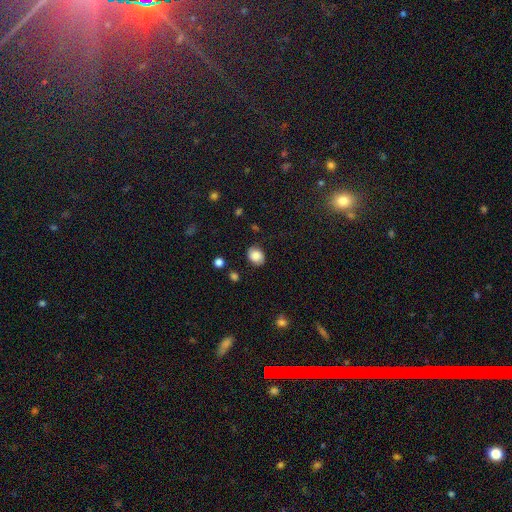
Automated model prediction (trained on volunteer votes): Overall: smooth (83%). How rounded: round (52%; in between 47%). Merging: none (80%).